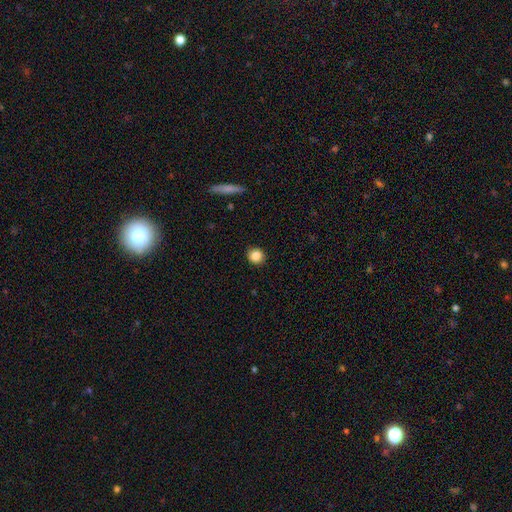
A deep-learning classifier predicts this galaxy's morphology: smooth 85%, star or artifact 10%, featured or disk 5%. Down the decision tree: how rounded — round (89%); merging — none (90%).